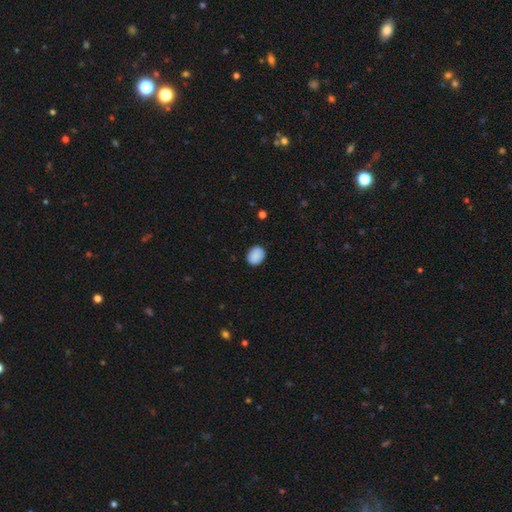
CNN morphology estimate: smooth-or-featured: smooth: 89% | star or artifact: 7% | featured or disk: 4%
  how-rounded: in between: 55% | round: 44% | cigar-shaped: 1%
  merging: none: 86% | minor disturbance: 11% | major disturbance: 2% | merger: 1%